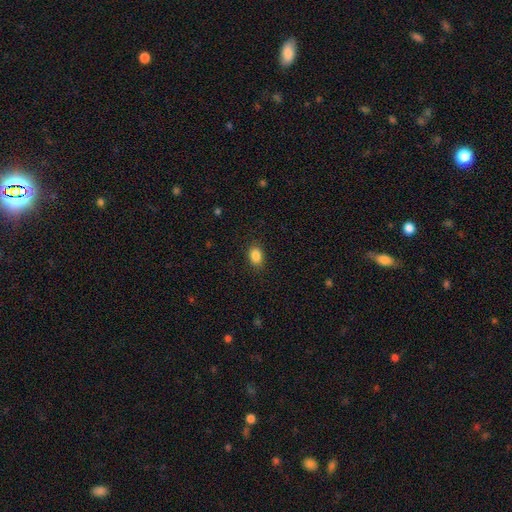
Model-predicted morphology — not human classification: This appears to be a smooth galaxy with no disk features (87%) that is in between round and cigar-shaped (78%). Merging: none (87%).